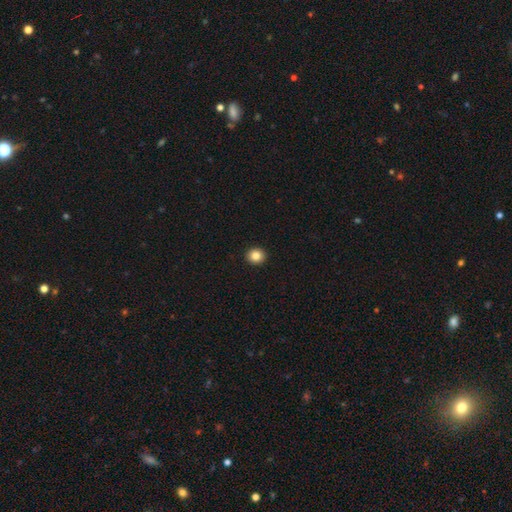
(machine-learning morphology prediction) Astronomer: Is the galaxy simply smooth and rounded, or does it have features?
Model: smooth — 84%.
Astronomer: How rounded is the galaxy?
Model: round — 86%.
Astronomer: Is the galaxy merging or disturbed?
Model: none — 93%.